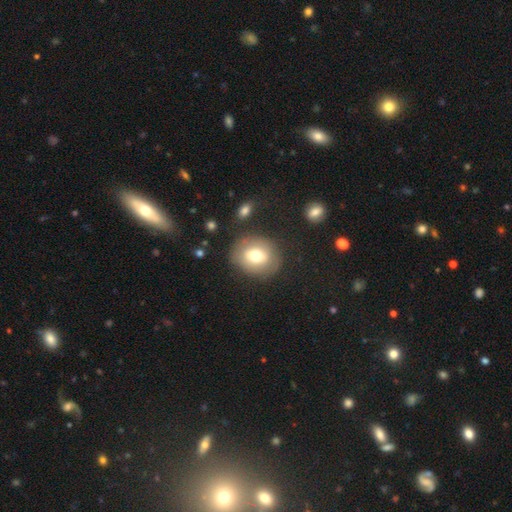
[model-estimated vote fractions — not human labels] Smooth or featured?
  - smooth: 68% *
  - featured or disk: 23%
  - star or artifact: 9%
How rounded?
  - round: 64% *
  - in between: 35%
  - cigar-shaped: 1%
Merging?
  - none: 78% *
  - minor disturbance: 14%
  - major disturbance: 6%
  - merger: 3%